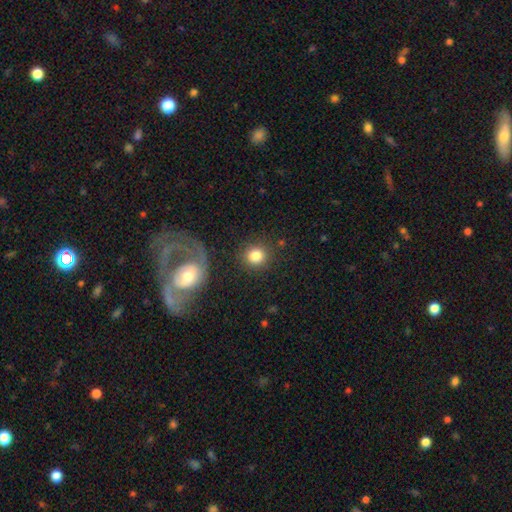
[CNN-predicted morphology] Smooth or featured: smooth — 83% (star or artifact — 9%)
How rounded: round — 87% (in between — 12%)
Merging: none — 83% (minor disturbance — 8%)